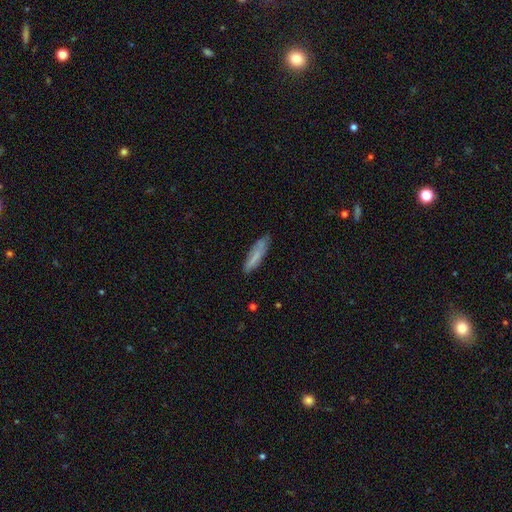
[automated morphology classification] This appears to be a smooth galaxy with no disk features (71%) that is cigar-shaped (74%). Merging: none (74%).